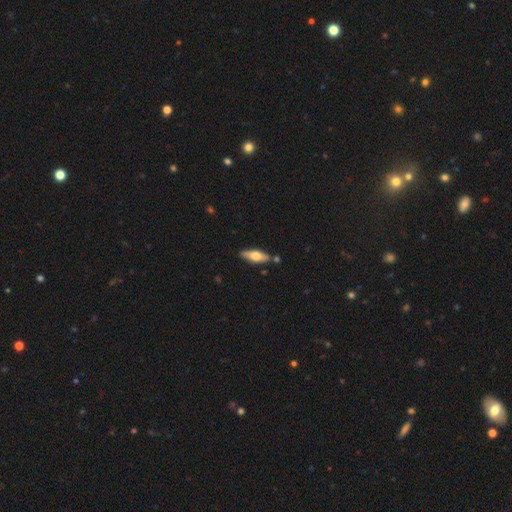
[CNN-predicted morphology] A smooth galaxy with no disk features (55%) that is in between round and cigar-shaped (58%).

Vote fractions:
- Smooth or featured? smooth: 55% / featured or disk: 40% / star or artifact: 6%
- How rounded? in between: 58% / cigar-shaped: 40% / round: 2%
- Merging? none: 80% / minor disturbance: 12% / merger: 5% / major disturbance: 2%